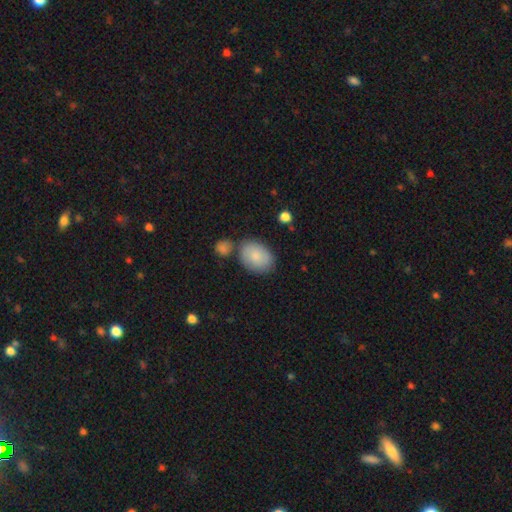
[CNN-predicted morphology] Smooth or featured?
  - smooth: 82% *
  - featured or disk: 12%
  - star or artifact: 6%
How rounded?
  - in between: 78% *
  - round: 21%
  - cigar-shaped: 1%
Merging?
  - none: 66% *
  - minor disturbance: 17%
  - merger: 13%
  - major disturbance: 4%